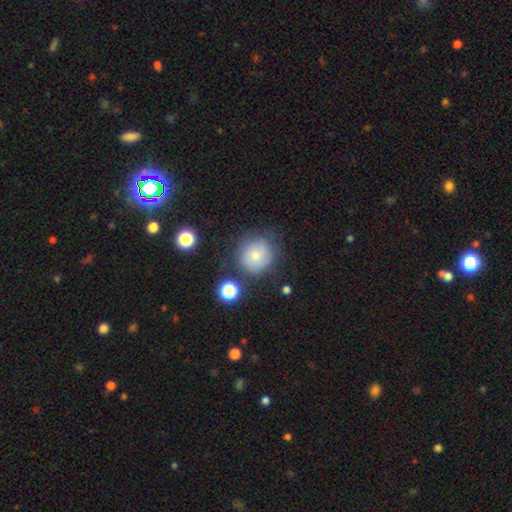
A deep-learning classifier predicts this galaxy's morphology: smooth_or_featured: smooth (p=0.71) [alt: featured or disk p=0.18]
how_rounded: round (p=0.90) [alt: in between p=0.09]
merging: none (p=0.71) [alt: minor disturbance p=0.18]